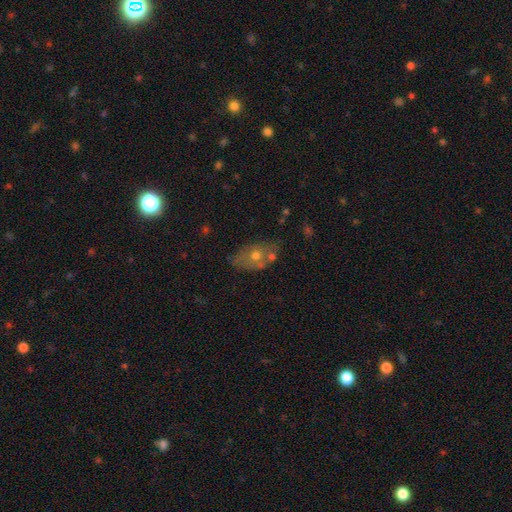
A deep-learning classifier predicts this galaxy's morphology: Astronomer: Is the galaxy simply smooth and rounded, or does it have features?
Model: smooth — 52% (runner-up: featured or disk, 37%).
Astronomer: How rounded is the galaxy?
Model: in between — 78%.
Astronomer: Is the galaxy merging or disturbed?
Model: none — 51%.